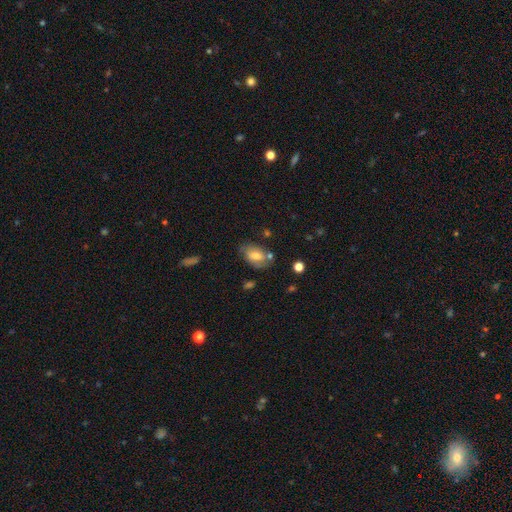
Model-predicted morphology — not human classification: A smooth galaxy with no disk features (57%) that is in between round and cigar-shaped (87%). Merging: none (62%).